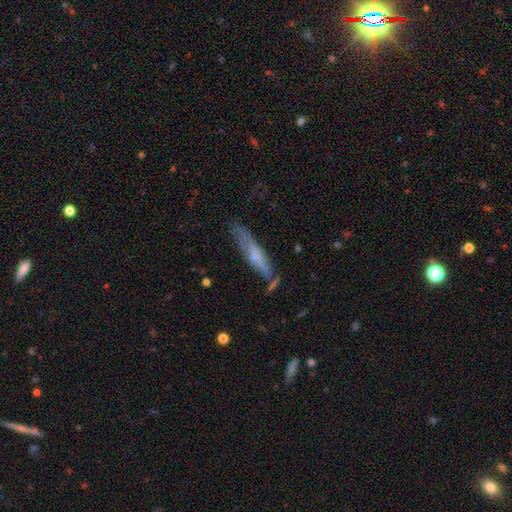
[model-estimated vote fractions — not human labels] The model was most divided on "smooth or featured": smooth: 54%, featured or disk: 39%, star or artifact: 7%. More confident: how rounded — cigar-shaped (84%); merging — none (58%).